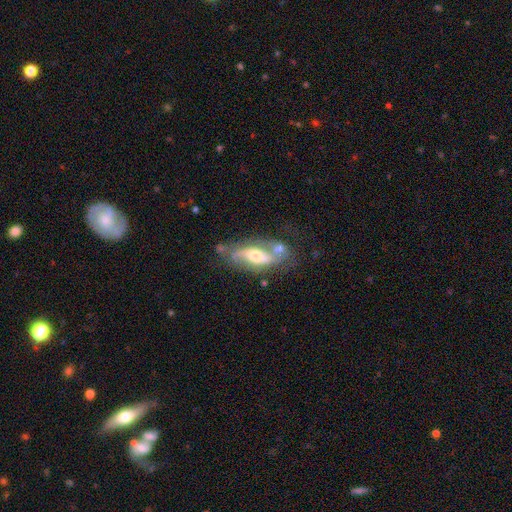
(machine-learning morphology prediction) Q: Smooth or featured?
A: featured or disk (73%); runner-up: smooth (21%)
Q: Edge-on disk?
A: no (86%); runner-up: yes (14%)
Q: Bar?
A: no (47%); runner-up: weak (31%)
Q: Spiral arms?
A: yes (82%); runner-up: no (18%)
Q: Spiral winding?
A: loose (49%); runner-up: medium (37%)
Q: Spiral arm count?
A: 2 (83%); runner-up: can't tell (9%)
Q: Bulge size?
A: moderate (69%); runner-up: small (18%)
Q: Merging?
A: none (45%); runner-up: merger (22%)